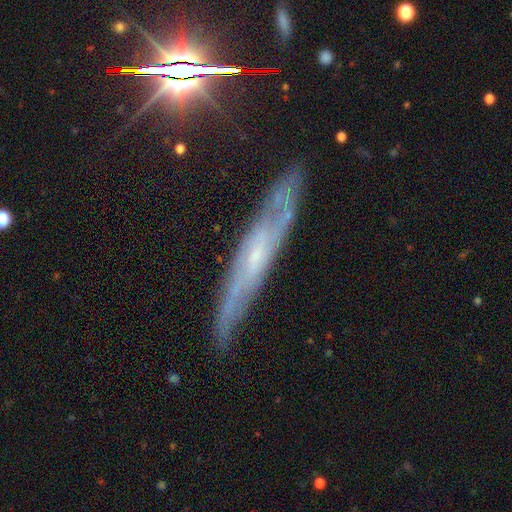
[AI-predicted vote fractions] This is likely a featured or disk galaxy (74%). It is likely viewed edge-on (60%). Merging: clearly none (80%).